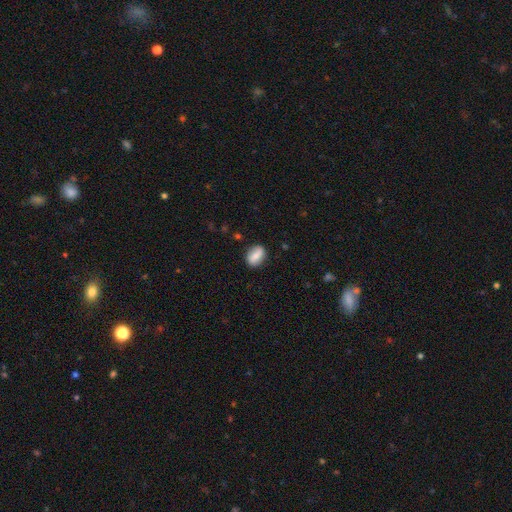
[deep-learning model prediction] Smooth or featured?
  - smooth: 68% *
  - featured or disk: 25%
  - star or artifact: 7%
How rounded?
  - in between: 75% *
  - round: 21%
  - cigar-shaped: 3%
Merging?
  - none: 83% *
  - minor disturbance: 12%
  - major disturbance: 3%
  - merger: 2%